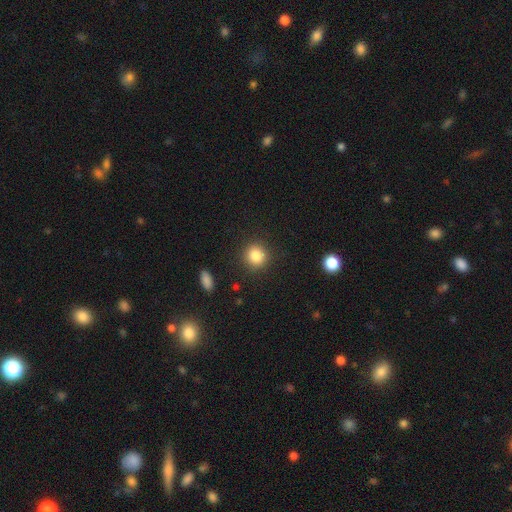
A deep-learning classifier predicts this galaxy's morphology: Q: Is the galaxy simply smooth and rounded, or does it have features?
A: smooth — 85%.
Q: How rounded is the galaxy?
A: round — 89%.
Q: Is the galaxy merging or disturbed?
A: none — 89%.